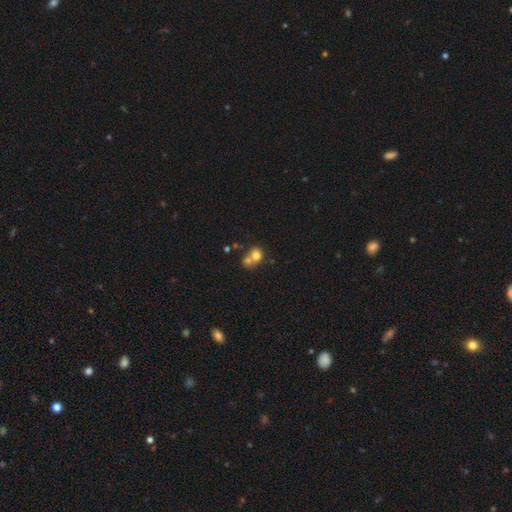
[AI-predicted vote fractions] Overall: smooth (73%). How rounded: round (71%). Merging: merger (61%; none 29%).